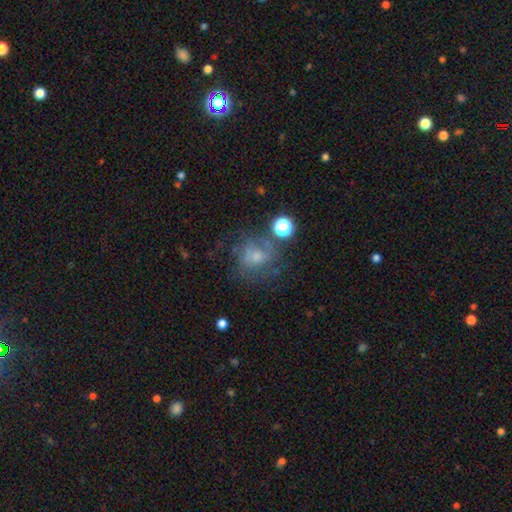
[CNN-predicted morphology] The model was most divided on "smooth or featured": smooth: 46%, featured or disk: 36%, star or artifact: 18%. Remaining: merging — none (50%).